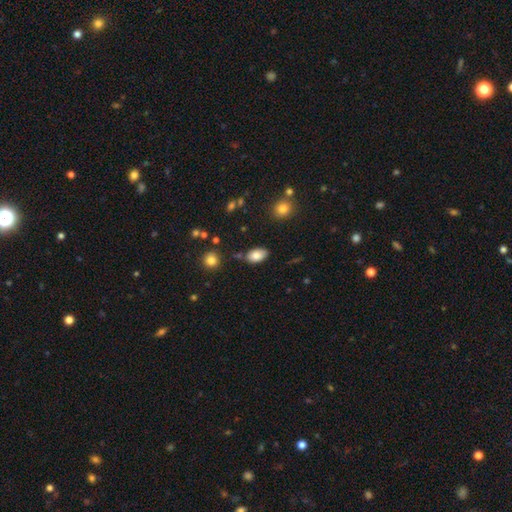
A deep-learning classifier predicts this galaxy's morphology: type=smooth (83%); roundness=in between (91%); merging=none (78%).